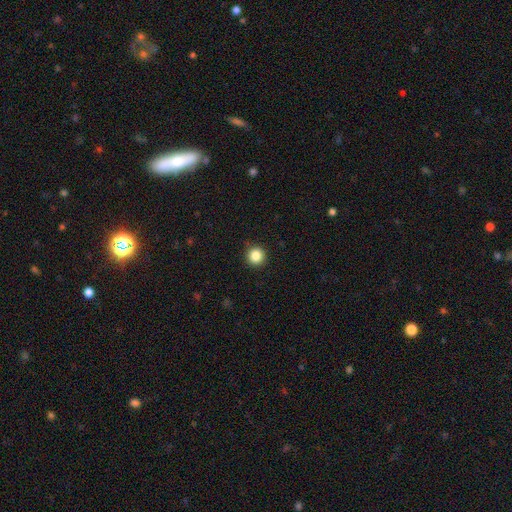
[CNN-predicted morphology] Smooth or featured: smooth — 86% (star or artifact — 10%)
How rounded: round — 95% (in between — 4%)
Merging: none — 92% (minor disturbance — 5%)